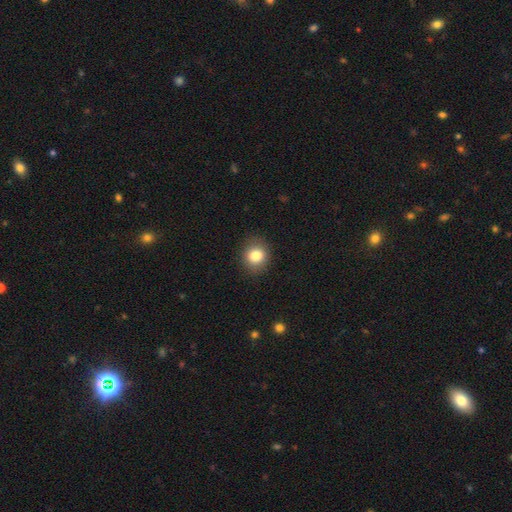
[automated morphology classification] This appears to be a smooth galaxy with no disk features (83%) that is round (73%). Merging: none (88%).